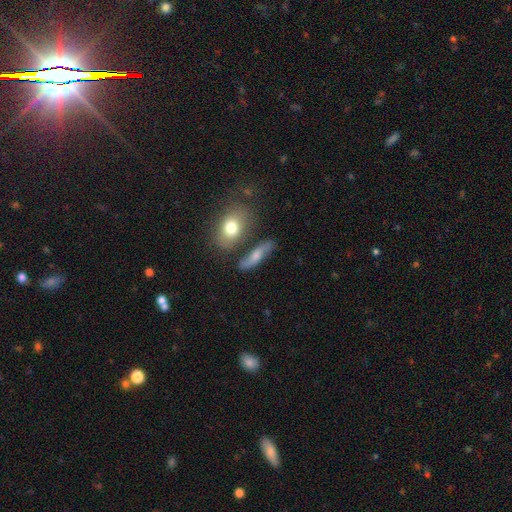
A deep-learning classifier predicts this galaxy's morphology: Smooth or featured: smooth — 48% (featured or disk — 43%)
Merging: none — 69% (minor disturbance — 16%)